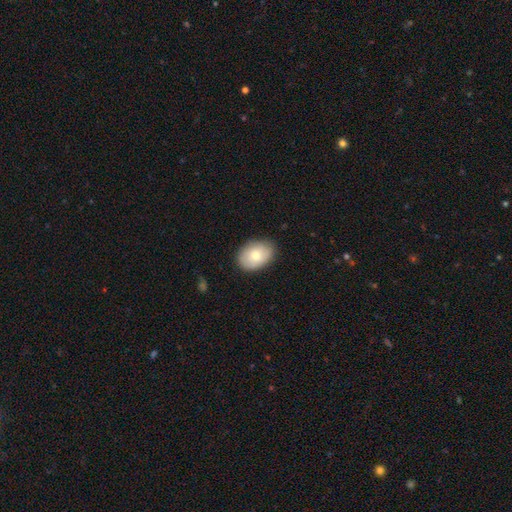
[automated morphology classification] Overall: smooth (76%). How rounded: in between (79%). Merging: none (83%).